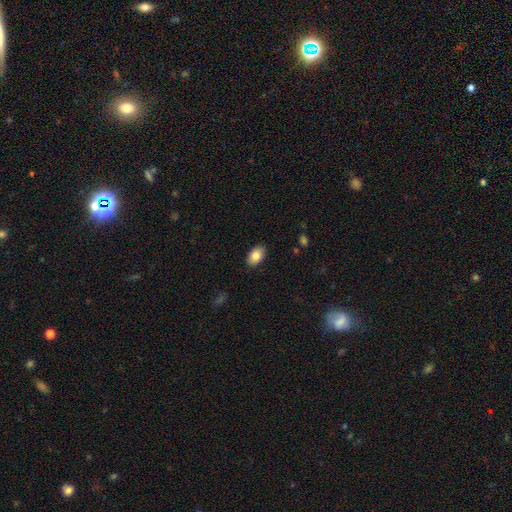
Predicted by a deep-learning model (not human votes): This appears to be a smooth galaxy with no disk features (85%) that is in between round and cigar-shaped (90%). Merging: none (88%).